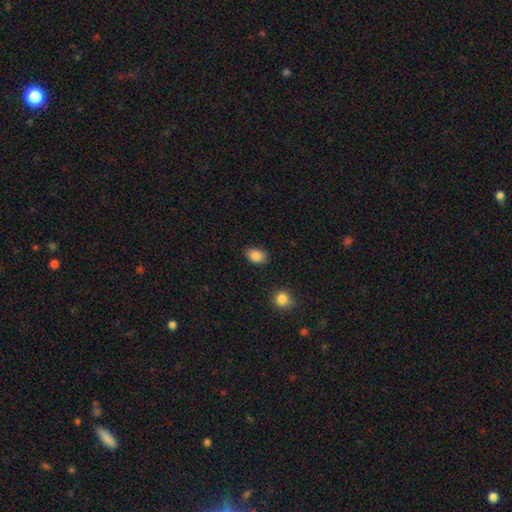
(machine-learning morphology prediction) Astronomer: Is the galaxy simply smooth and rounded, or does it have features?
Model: smooth — 87%.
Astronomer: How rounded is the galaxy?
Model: in between — 81%.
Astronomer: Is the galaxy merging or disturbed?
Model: none — 83%.